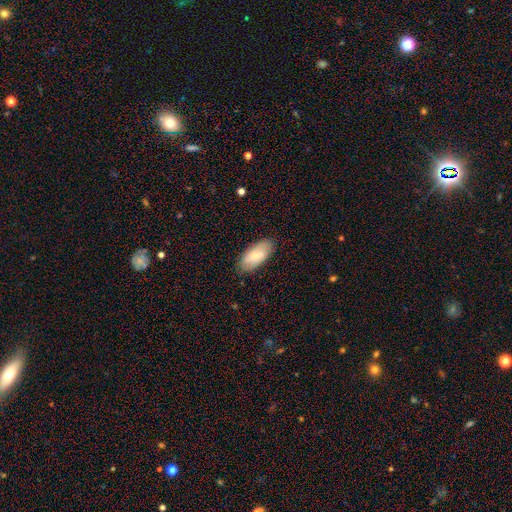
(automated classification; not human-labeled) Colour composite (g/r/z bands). It shows a smooth galaxy with no disk features (79%) that is in between round and cigar-shaped (90%). Merging: none (85%).